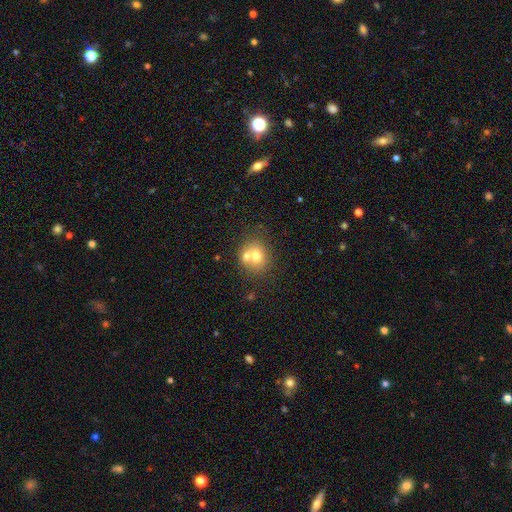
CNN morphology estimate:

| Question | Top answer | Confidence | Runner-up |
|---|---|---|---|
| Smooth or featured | smooth | 67% | featured or disk (22%) |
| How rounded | round | 75% | in between (24%) |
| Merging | merger | 47% | none (41%) |